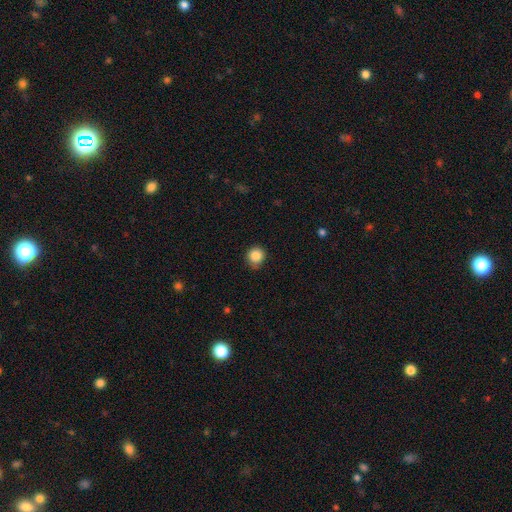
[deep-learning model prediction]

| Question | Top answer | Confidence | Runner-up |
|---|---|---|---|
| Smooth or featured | smooth | 86% | star or artifact (10%) |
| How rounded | round | 88% | in between (11%) |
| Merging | none | 78% | minor disturbance (18%) |